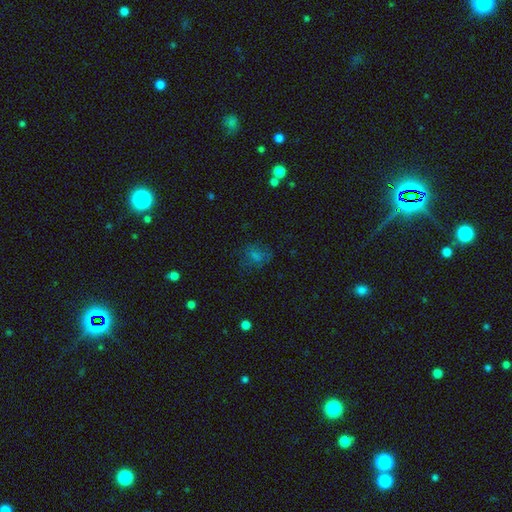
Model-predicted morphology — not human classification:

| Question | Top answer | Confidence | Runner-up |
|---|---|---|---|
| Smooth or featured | smooth | 51% | star or artifact (34%) |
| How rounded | round | 56% | in between (41%) |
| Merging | none | 69% | minor disturbance (17%) |